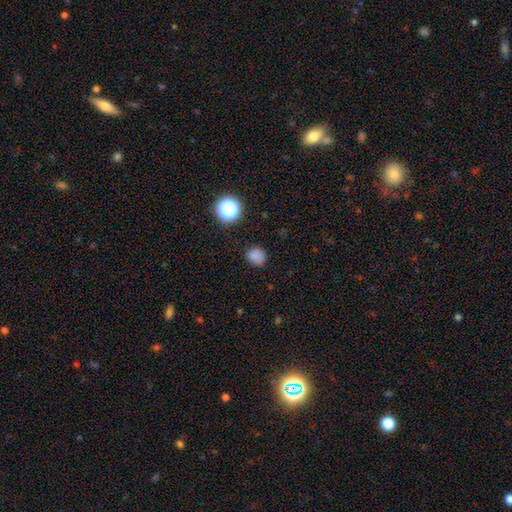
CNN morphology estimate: smooth 80%, star or artifact 16%, featured or disk 4%. Down the decision tree: how rounded — round (84%); merging — none (82%).